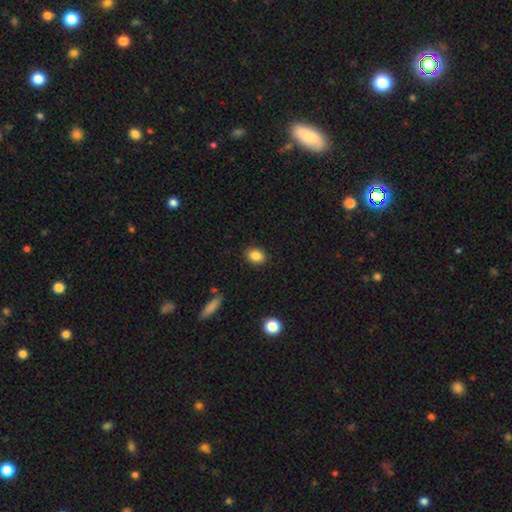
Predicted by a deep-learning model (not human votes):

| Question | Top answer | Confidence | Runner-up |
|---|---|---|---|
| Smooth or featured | smooth | 86% | star or artifact (9%) |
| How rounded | in between | 63% | round (36%) |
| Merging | none | 89% | minor disturbance (8%) |